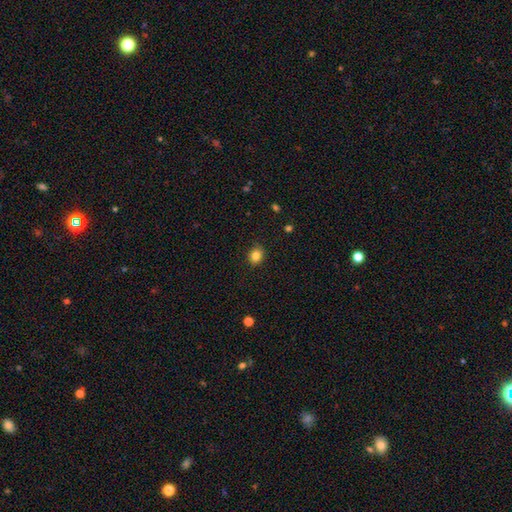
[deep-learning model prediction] Q: Smooth or featured?
A: smooth (84%); runner-up: star or artifact (11%)
Q: How rounded?
A: round (67%); runner-up: in between (33%)
Q: Merging?
A: none (86%); runner-up: minor disturbance (11%)